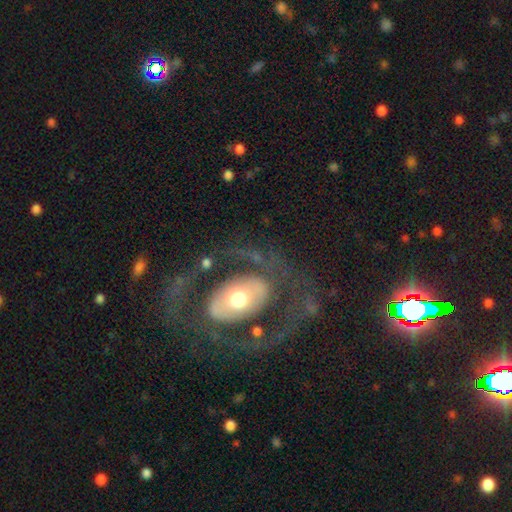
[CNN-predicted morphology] Smooth or featured? featured or disk (71%)
Edge-on disk? no (94%)
Bar? no (67%)
Spiral arms? no (58%)
Bulge size? moderate (63%)
Merging? none (73%)